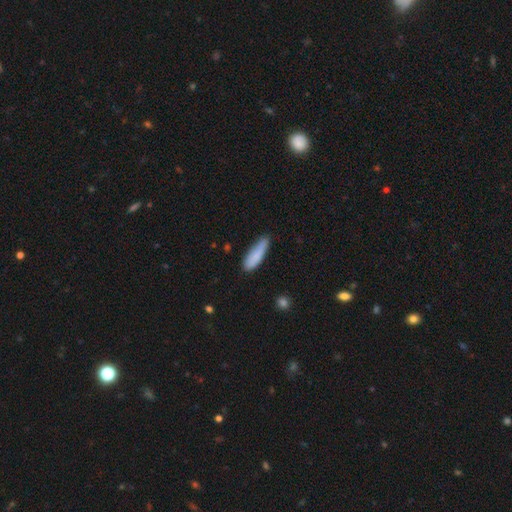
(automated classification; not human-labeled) Overall: smooth (83%). How rounded: cigar-shaped (66%; in between 33%). Merging: none (67%).